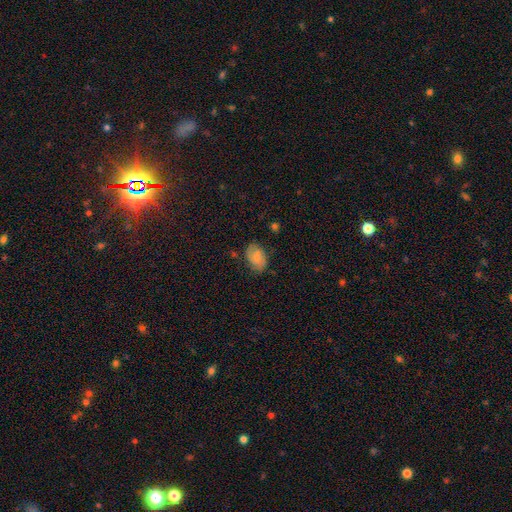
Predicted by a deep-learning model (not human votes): Overall: smooth (65%; featured or disk 27%). How rounded: in between (83%). Merging: none (70%).